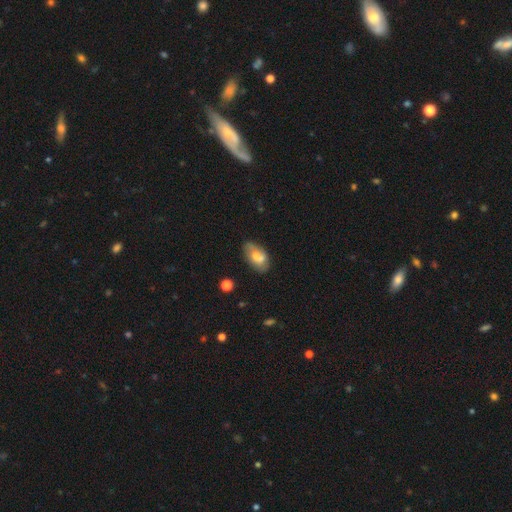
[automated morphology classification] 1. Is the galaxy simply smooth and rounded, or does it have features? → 56% smooth, 36% featured or disk, 9% star or artifact.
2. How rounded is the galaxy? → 91% in between, 6% round, 3% cigar-shaped.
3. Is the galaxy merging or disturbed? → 58% none, 25% minor disturbance, 10% merger, 7% major disturbance.